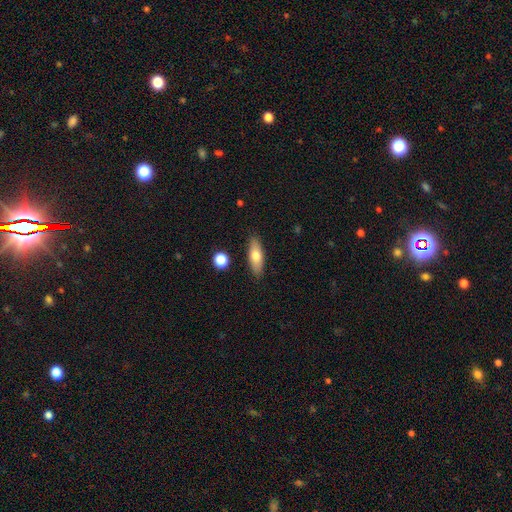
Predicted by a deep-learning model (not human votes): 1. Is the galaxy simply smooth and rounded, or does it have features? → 71% smooth, 23% featured or disk, 7% star or artifact.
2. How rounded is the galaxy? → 64% in between, 33% cigar-shaped, 3% round.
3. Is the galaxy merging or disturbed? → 86% none, 9% minor disturbance, 2% merger, 2% major disturbance.